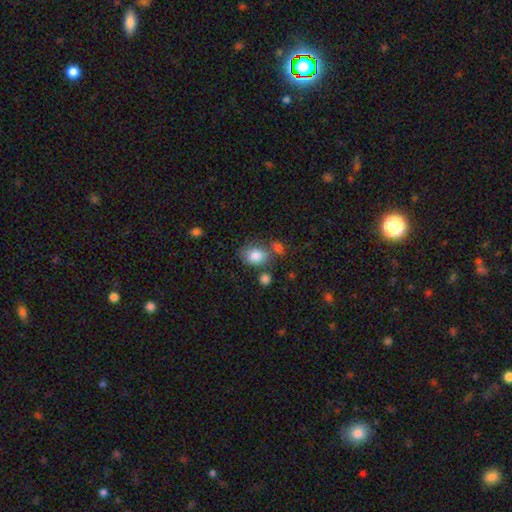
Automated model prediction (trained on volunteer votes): This is clearly a smooth galaxy (83%). How rounded: possibly in between (58%). Merging: possibly none (55%).